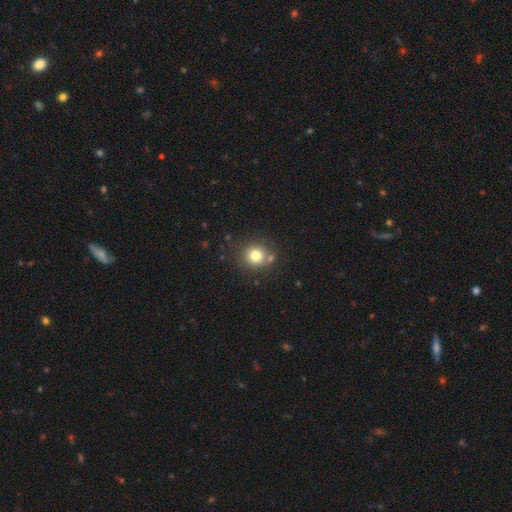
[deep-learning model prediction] smooth-or-featured: smooth: 78% | star or artifact: 13% | featured or disk: 10%
  how-rounded: round: 90% | in between: 9% | cigar-shaped: 1%
  merging: none: 75% | merger: 11% | minor disturbance: 10% | major disturbance: 4%